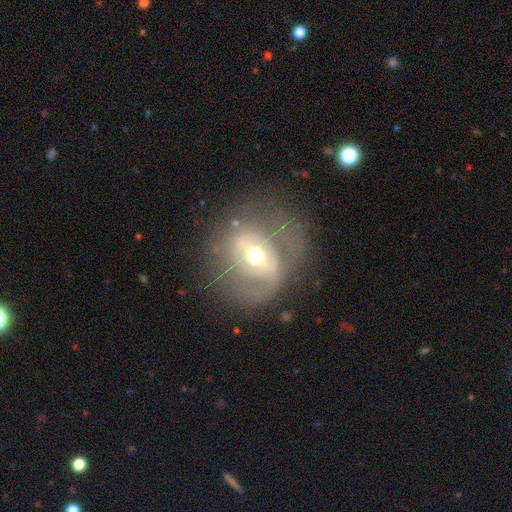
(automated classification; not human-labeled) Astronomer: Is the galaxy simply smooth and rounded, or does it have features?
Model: featured or disk — 70%.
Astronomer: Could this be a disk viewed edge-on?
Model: no — 94%.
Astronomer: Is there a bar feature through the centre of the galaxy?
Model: strong — 38% (runner-up: weak, 36%).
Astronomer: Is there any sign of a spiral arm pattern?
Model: yes — 50%, tied with no at 50%.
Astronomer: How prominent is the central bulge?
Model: moderate — 70%.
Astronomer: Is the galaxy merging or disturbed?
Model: none — 59%.